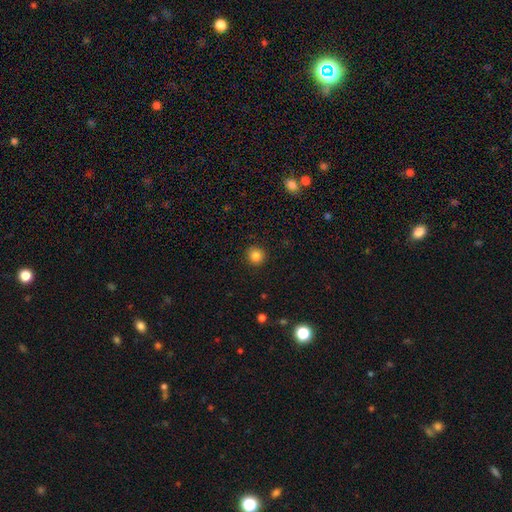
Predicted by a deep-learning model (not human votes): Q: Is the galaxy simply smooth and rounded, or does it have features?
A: smooth — 85%.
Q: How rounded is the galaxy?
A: round — 94%.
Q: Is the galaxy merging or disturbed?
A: none — 91%.